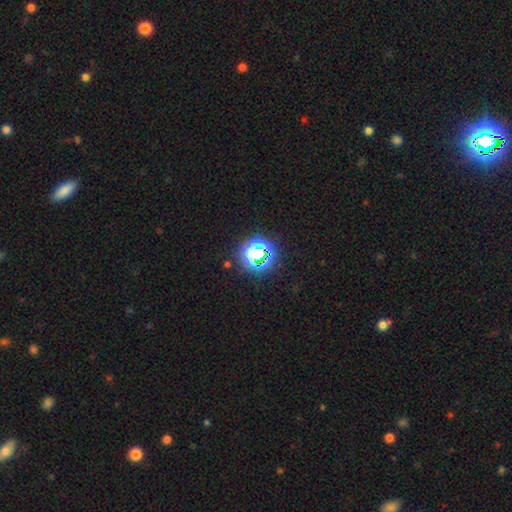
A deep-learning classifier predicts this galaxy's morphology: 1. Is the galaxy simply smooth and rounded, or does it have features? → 65% star or artifact, 25% smooth, 10% featured or disk.